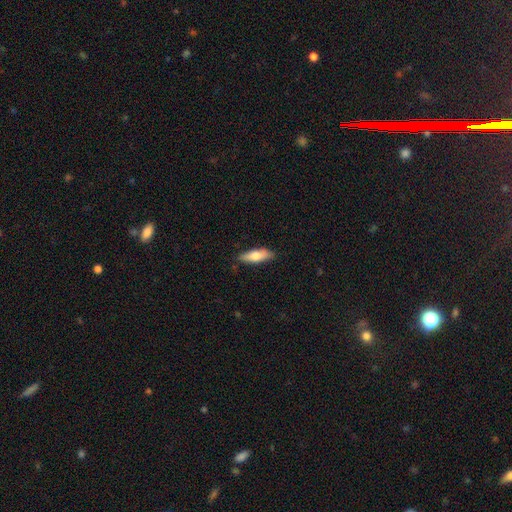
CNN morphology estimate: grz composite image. It shows a smooth galaxy with no disk features (66%) that is in between round and cigar-shaped (52%). Merging: none (84%).